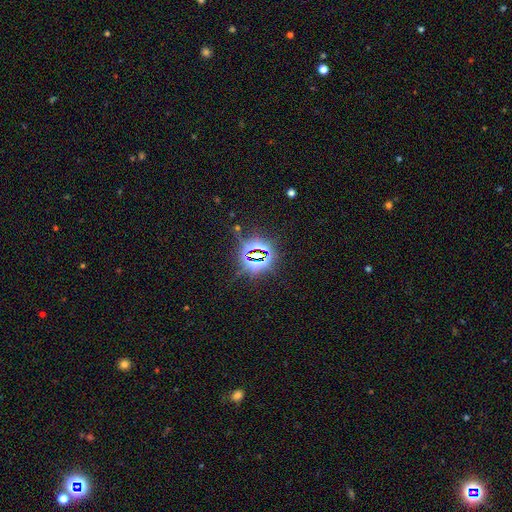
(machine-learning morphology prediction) The model was most divided on "smooth or featured": star or artifact: 83%, smooth: 9%, featured or disk: 7%.